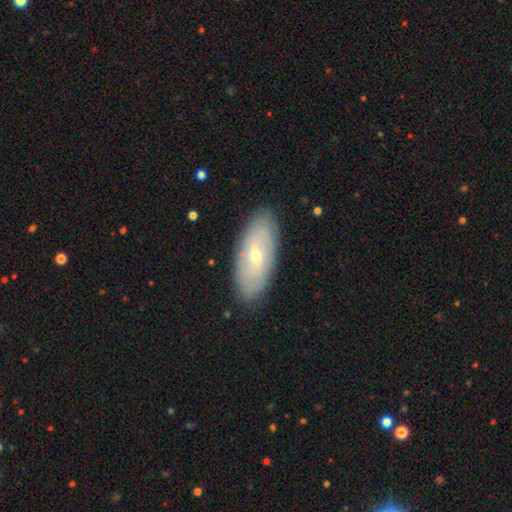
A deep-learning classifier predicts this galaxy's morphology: Smooth or featured? featured or disk (52%)
Edge-on disk? no (85%)
Merging? none (87%)